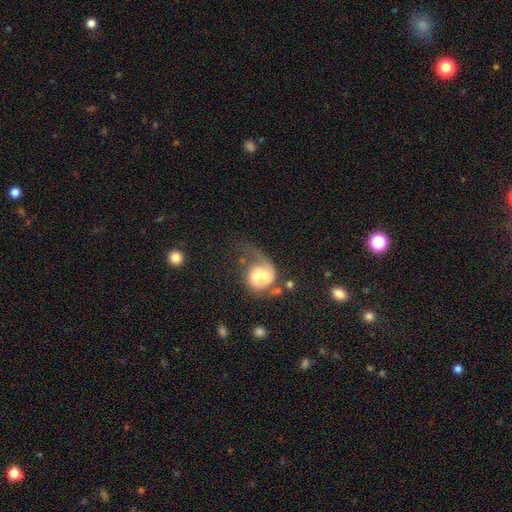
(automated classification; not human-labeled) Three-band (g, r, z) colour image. It shows a featured or disk galaxy (47%). Merging: major disturbance (41%).